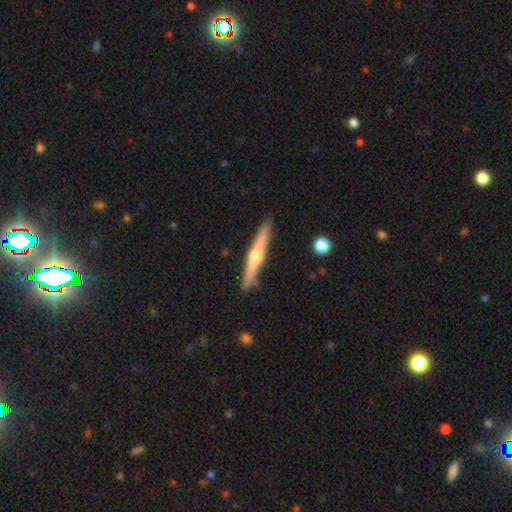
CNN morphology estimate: Smooth or featured?
  - featured or disk: 64% *
  - smooth: 30%
  - star or artifact: 5%
Edge-on disk?
  - yes: 97% *
  - no: 3%
Edge-on bulge?
  - rounded: 89% *
  - none: 8%
  - boxy: 3%
Merging?
  - none: 90% *
  - minor disturbance: 7%
  - merger: 1%
  - major disturbance: 1%